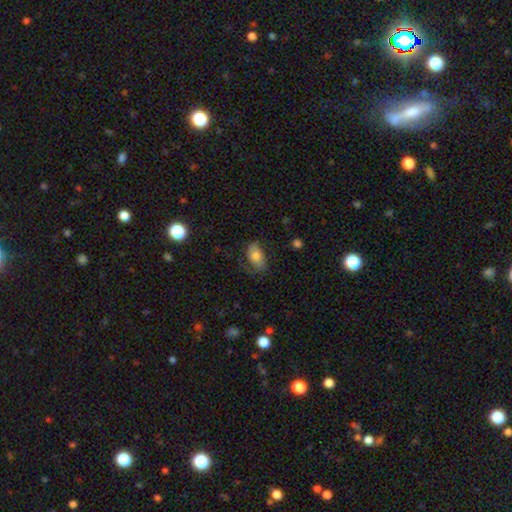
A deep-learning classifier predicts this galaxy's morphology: This appears to be a smooth galaxy with no disk features (67%) that is in between round and cigar-shaped (90%). Merging: none (54%).